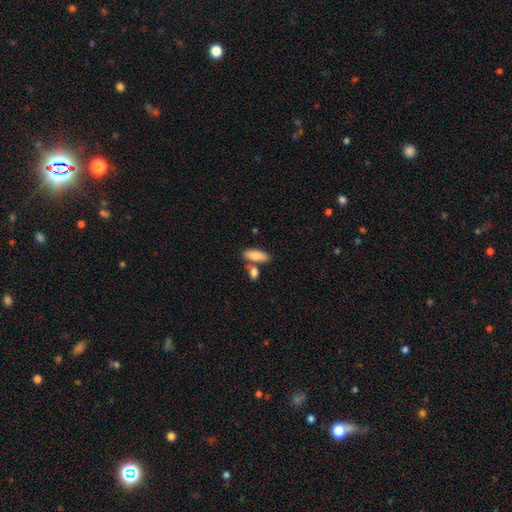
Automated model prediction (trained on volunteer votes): Q: Smooth or featured?
A: smooth (82%); runner-up: featured or disk (12%)
Q: How rounded?
A: in between (77%); runner-up: cigar-shaped (21%)
Q: Merging?
A: none (63%); runner-up: merger (23%)